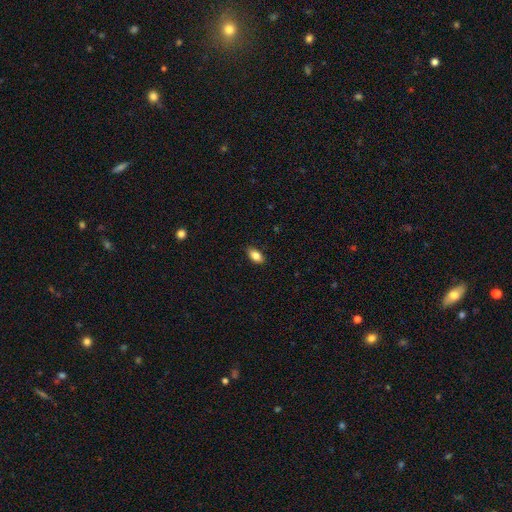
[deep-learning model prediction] A smooth galaxy with no disk features (85%) that is in between round and cigar-shaped (91%). Merging: none (88%).